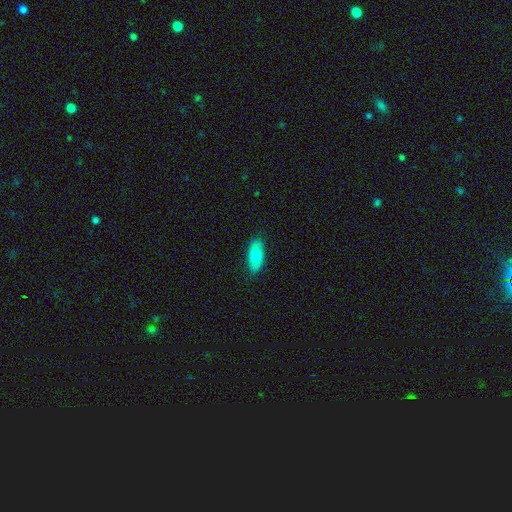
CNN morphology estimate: Overall: smooth (76%). How rounded: in between (88%). Merging: none (87%).